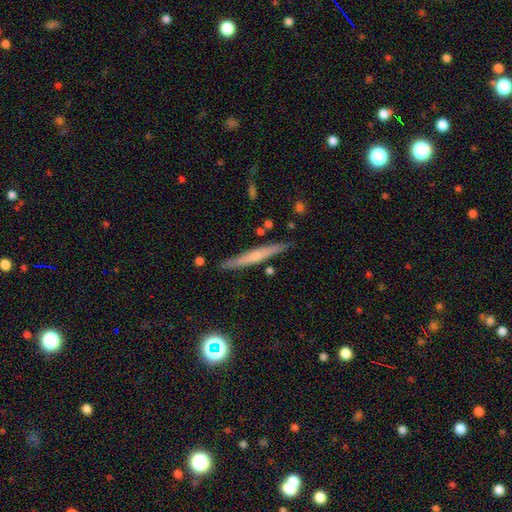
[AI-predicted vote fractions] Smooth or featured: featured or disk — 55% (smooth — 38%)
Edge-on disk: yes — 95% (no — 5%)
Edge-on bulge: rounded — 56% (none — 39%)
Merging: none — 86% (minor disturbance — 10%)